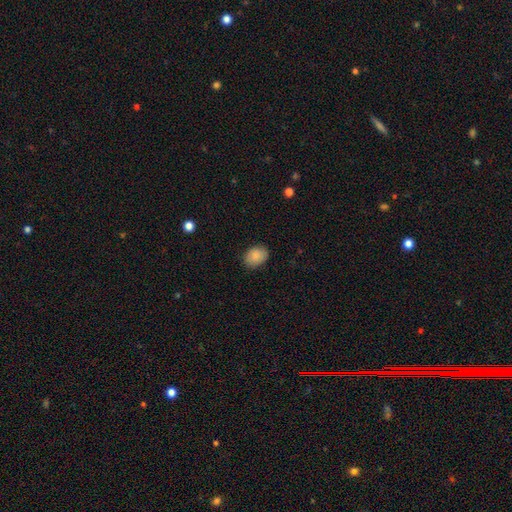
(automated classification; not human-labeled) The model was most divided on "how rounded": in between: 68%, round: 31%, cigar-shaped: 1%. More confident: smooth or featured — smooth (88%); merging — none (85%).